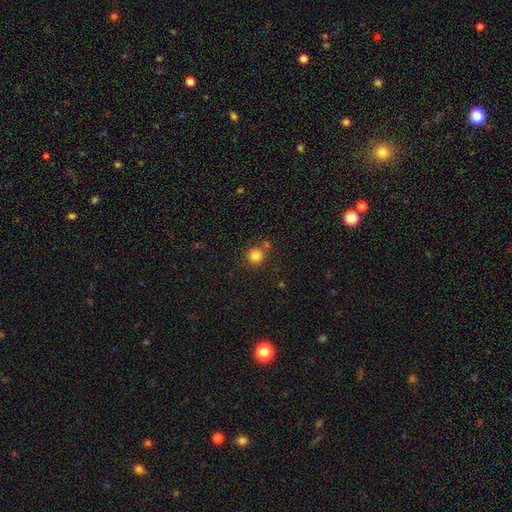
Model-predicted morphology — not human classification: smooth 83%, star or artifact 12%, featured or disk 5%. Down the decision tree: how rounded — round (93%); merging — none (77%).